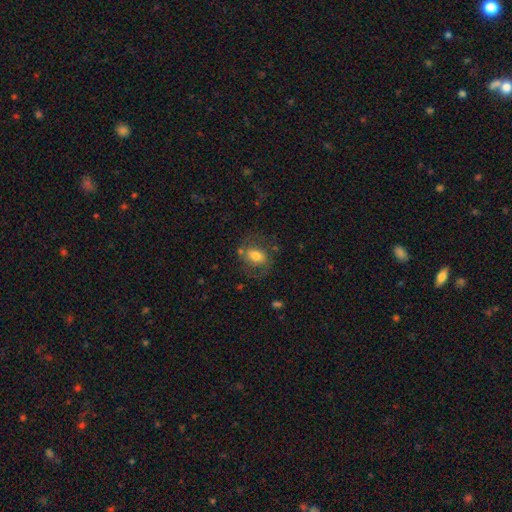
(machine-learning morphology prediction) This is possibly a smooth galaxy (60%). How rounded: likely in between (65%). Merging: likely none (62%).